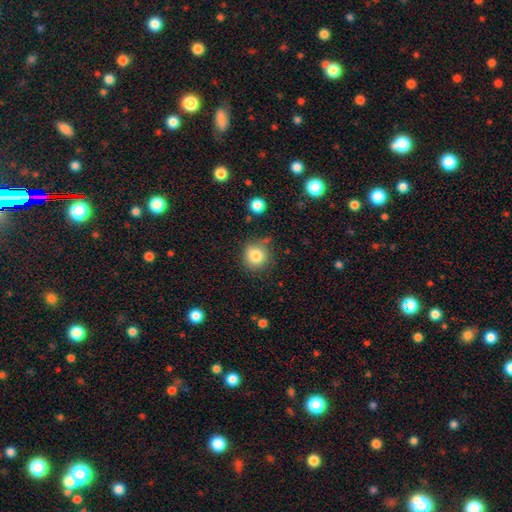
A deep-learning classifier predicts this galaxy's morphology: A smooth galaxy with no disk features (82%) that is round (90%).

Vote fractions:
- Smooth or featured? smooth: 82% / star or artifact: 11% / featured or disk: 7%
- How rounded? round: 90% / in between: 9% / cigar-shaped: 1%
- Merging? none: 76% / minor disturbance: 15% / merger: 5% / major disturbance: 4%